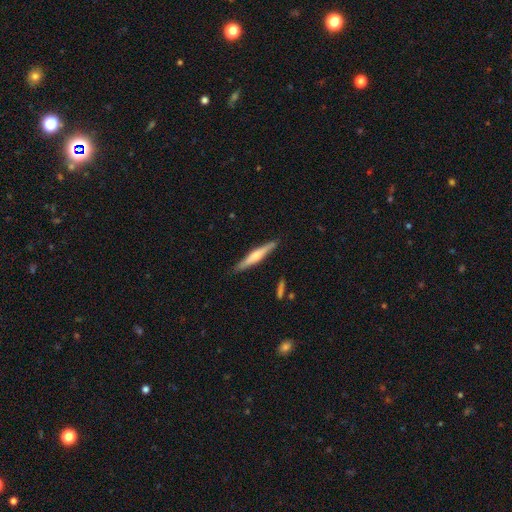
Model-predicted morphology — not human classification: A featured or disk galaxy (57%) viewed edge-on (96%) with a rounded central bulge (82%).

Vote fractions:
- Smooth or featured? featured or disk: 57% / smooth: 37% / star or artifact: 6%
- Edge-on disk? yes: 96% / no: 4%
- Edge-on bulge? rounded: 82% / none: 10% / boxy: 7%
- Merging? none: 88% / minor disturbance: 9% / major disturbance: 2% / merger: 1%